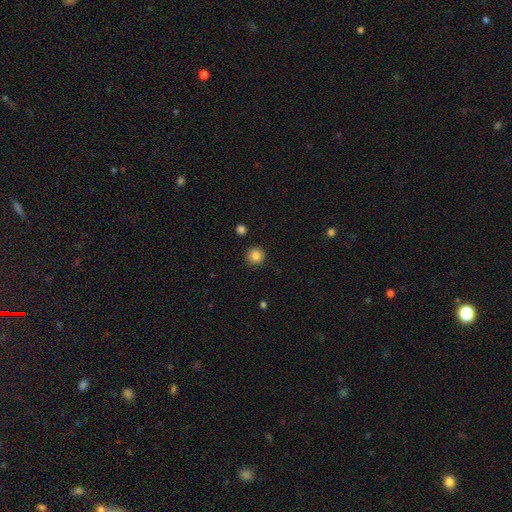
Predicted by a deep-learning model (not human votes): This is clearly a smooth galaxy (85%). How rounded: clearly round (95%). Merging: clearly none (91%).